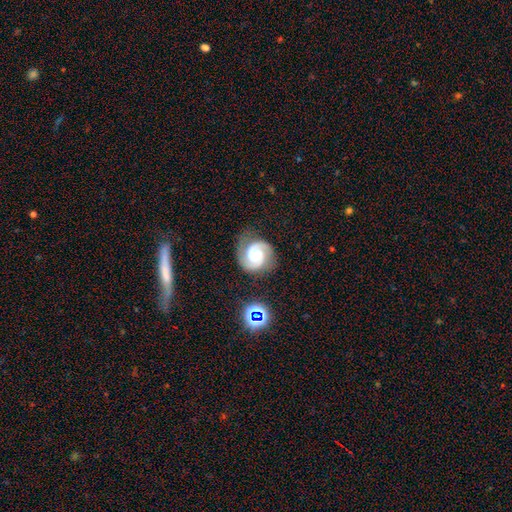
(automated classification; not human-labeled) A featured or disk galaxy (89%) with no bar (56%), 2 (92%) tight (48%) spiral arms (98%) and a moderate central bulge (57%). Merging: none (77%).